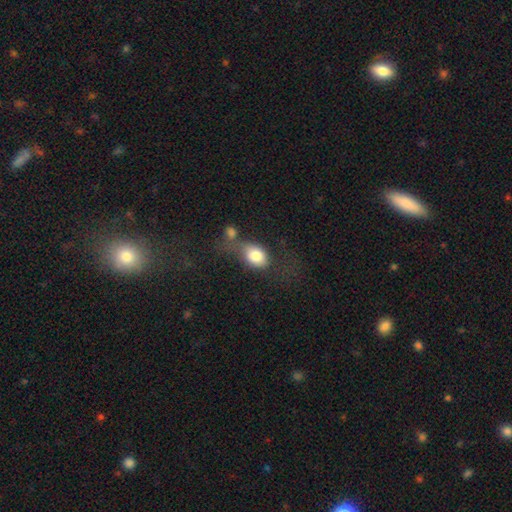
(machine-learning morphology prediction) Smooth or featured?
  - smooth: 79% *
  - featured or disk: 12%
  - star or artifact: 8%
How rounded?
  - in between: 72% *
  - round: 26%
  - cigar-shaped: 2%
Merging?
  - none: 31% *
  - merger: 28%
  - major disturbance: 21%
  - minor disturbance: 20%